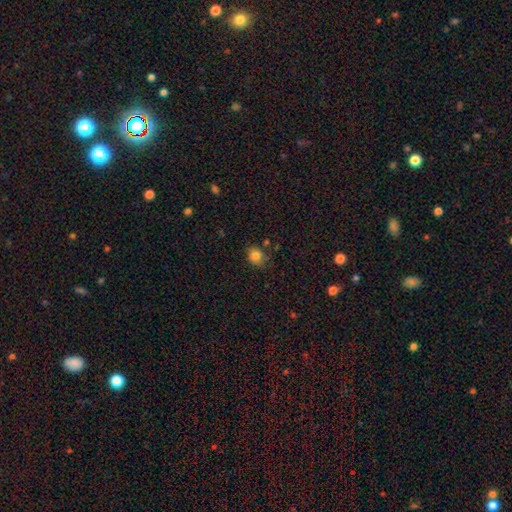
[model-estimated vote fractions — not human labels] Smooth or featured? Predicted: smooth (p=0.83). How rounded? Predicted: round (p=0.68). Merging? Predicted: none (p=0.73).